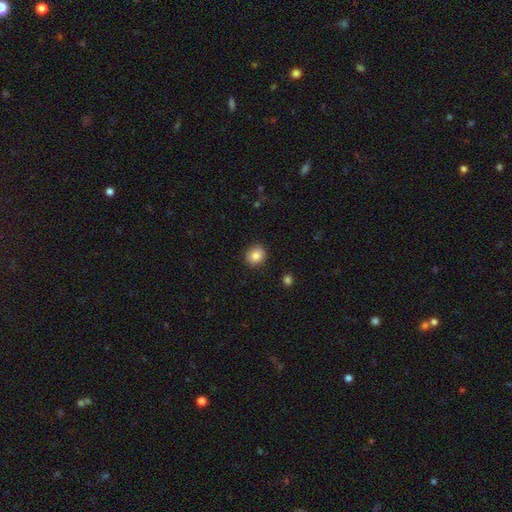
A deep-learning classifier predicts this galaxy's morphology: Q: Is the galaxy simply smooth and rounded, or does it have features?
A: smooth — 85%.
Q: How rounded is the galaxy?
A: round — 74%.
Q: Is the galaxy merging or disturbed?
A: none — 89%.